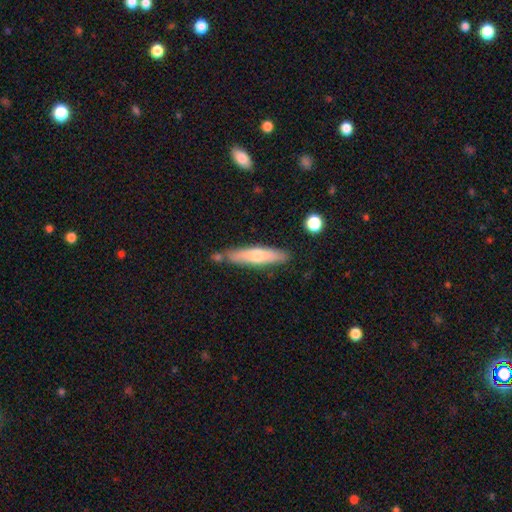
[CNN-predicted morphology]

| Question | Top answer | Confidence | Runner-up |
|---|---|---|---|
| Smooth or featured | smooth | 57% | featured or disk (38%) |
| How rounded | cigar-shaped | 81% | in between (17%) |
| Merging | none | 79% | minor disturbance (13%) |